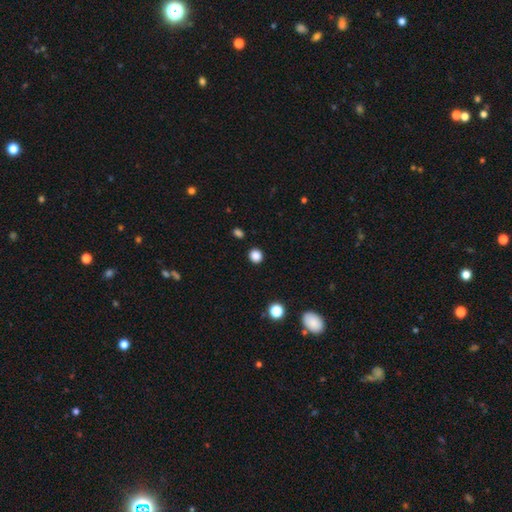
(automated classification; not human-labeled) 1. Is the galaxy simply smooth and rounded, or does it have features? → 85% smooth, 12% star or artifact, 3% featured or disk.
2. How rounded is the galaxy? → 86% round, 13% in between, 1% cigar-shaped.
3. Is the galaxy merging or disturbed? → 91% none, 6% minor disturbance, 2% major disturbance, 2% merger.